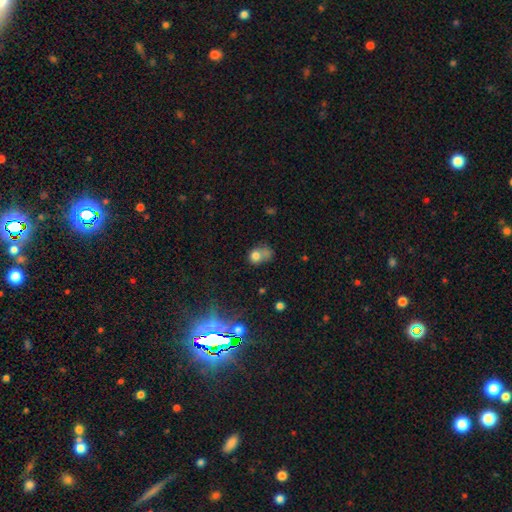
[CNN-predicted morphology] Smooth or featured? Predicted: smooth (p=0.71). How rounded? Predicted: round (p=0.54). Merging? Predicted: merger (p=0.36).